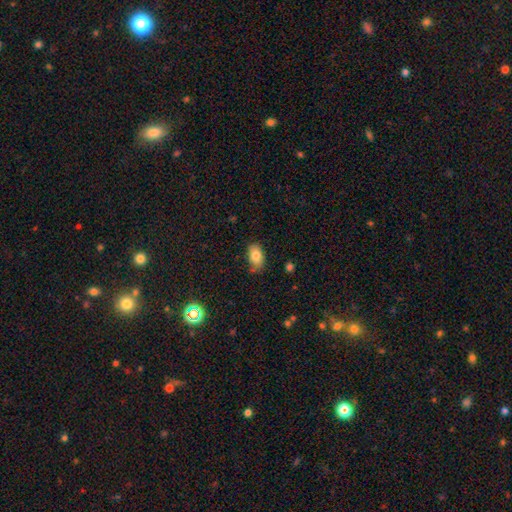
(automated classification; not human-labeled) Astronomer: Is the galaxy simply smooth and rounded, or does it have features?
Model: smooth — 81%.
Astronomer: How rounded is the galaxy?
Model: in between — 89%.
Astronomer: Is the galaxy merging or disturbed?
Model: none — 67%.